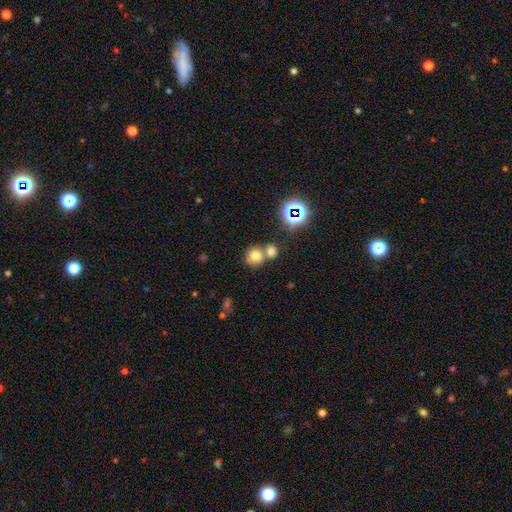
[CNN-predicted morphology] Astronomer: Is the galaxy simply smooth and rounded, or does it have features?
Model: smooth — 72%.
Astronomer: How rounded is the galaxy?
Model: round — 80%.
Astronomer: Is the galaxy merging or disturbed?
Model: none — 44% (runner-up: merger, 43%).